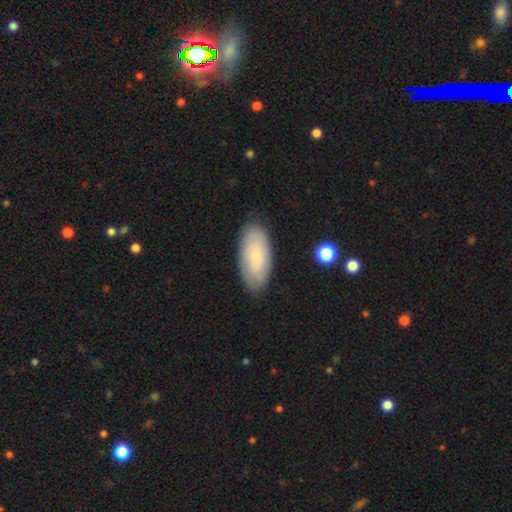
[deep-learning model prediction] Q: Smooth or featured?
A: smooth (63%); runner-up: featured or disk (30%)
Q: How rounded?
A: in between (91%); runner-up: cigar-shaped (7%)
Q: Merging?
A: none (84%); runner-up: minor disturbance (12%)